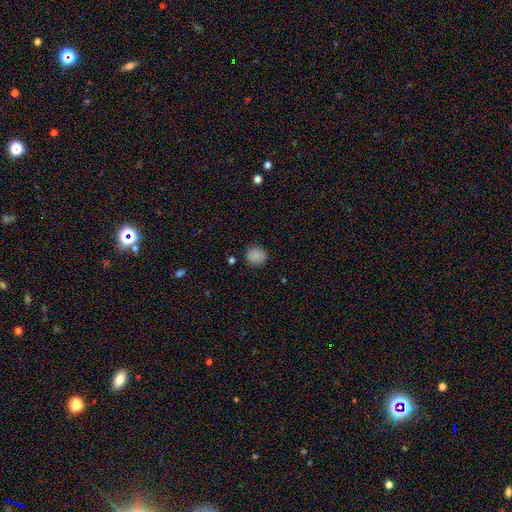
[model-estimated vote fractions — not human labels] Overall: smooth (86%). How rounded: round (79%). Merging: none (85%).